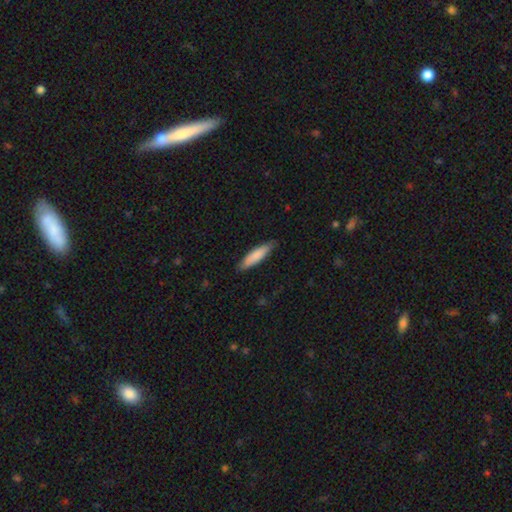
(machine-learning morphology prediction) Q: Smooth or featured?
A: smooth (82%); runner-up: featured or disk (12%)
Q: How rounded?
A: cigar-shaped (73%); runner-up: in between (26%)
Q: Merging?
A: none (85%); runner-up: minor disturbance (13%)